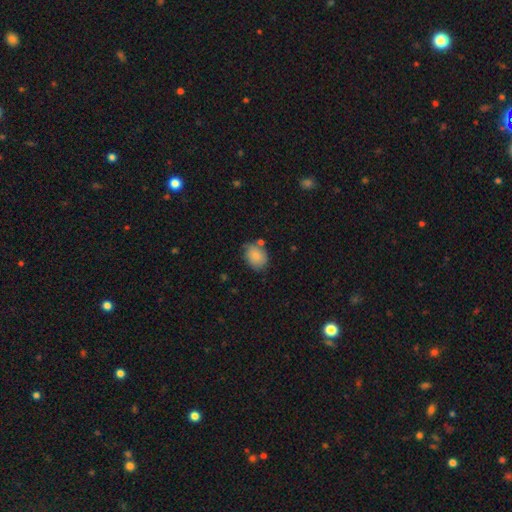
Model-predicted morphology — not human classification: Smooth or featured? Predicted: smooth (p=0.84). How rounded? Predicted: in between (p=0.55). Merging? Predicted: none (p=0.68).